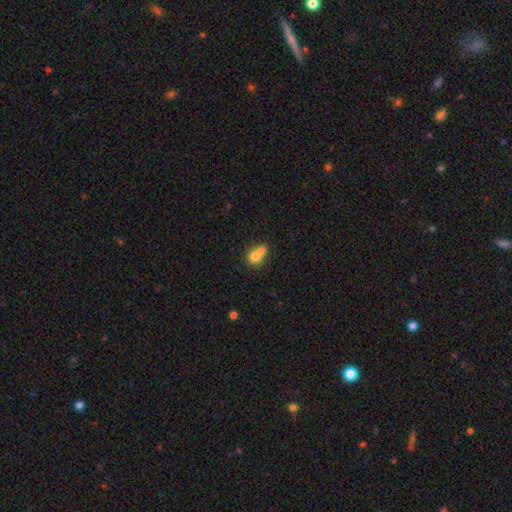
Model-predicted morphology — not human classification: smooth 73%, featured or disk 17%, star or artifact 10%. Down the decision tree: how rounded — round (60%); merging — merger (56%).